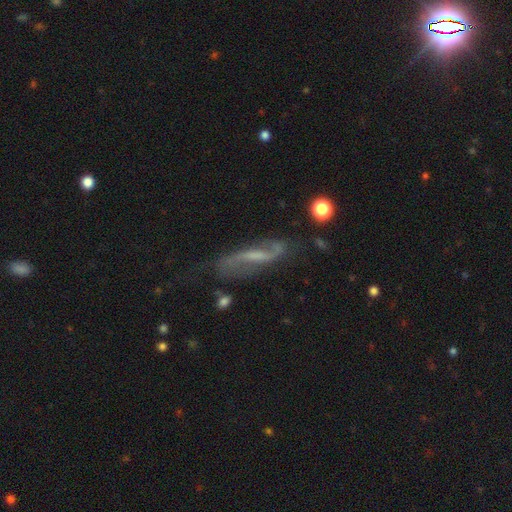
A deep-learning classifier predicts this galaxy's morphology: Smooth or featured? featured or disk (76%)
Edge-on disk? no (77%)
Bar? weak (43%)
Spiral arms? yes (90%)
Spiral winding? loose (66%)
Spiral arm count? 2 (88%)
Bulge size? small (45%)
Merging? none (66%)